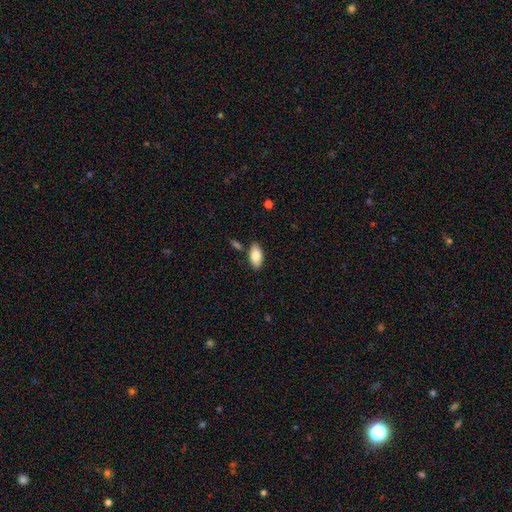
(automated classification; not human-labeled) Q: Smooth or featured?
A: smooth (80%); runner-up: featured or disk (13%)
Q: How rounded?
A: in between (93%); runner-up: cigar-shaped (5%)
Q: Merging?
A: none (83%); runner-up: minor disturbance (10%)